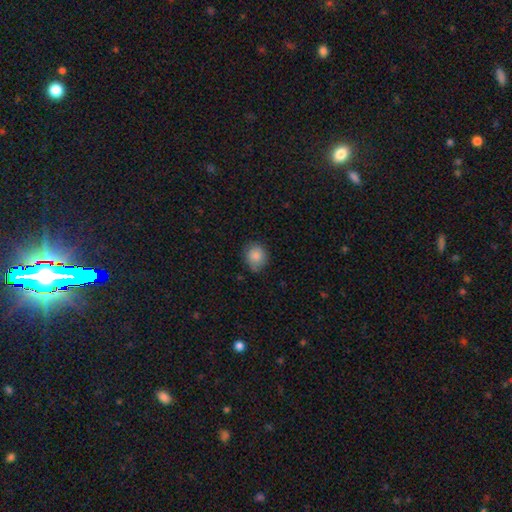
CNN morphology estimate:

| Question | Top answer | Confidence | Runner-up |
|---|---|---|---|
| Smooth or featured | smooth | 86% | star or artifact (8%) |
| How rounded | round | 75% | in between (25%) |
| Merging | none | 72% | minor disturbance (23%) |